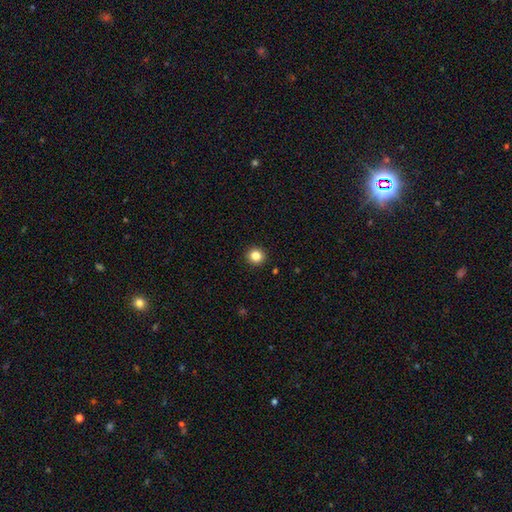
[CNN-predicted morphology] Overall: smooth (83%). How rounded: round (93%). Merging: none (93%).